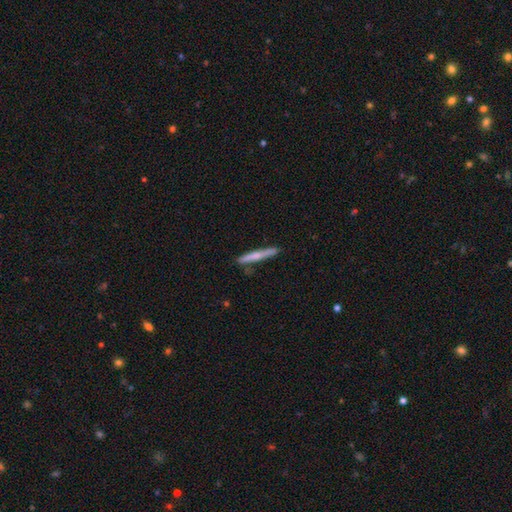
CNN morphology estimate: type=smooth (51%); roundness=cigar-shaped (95%); merging=none (83%).